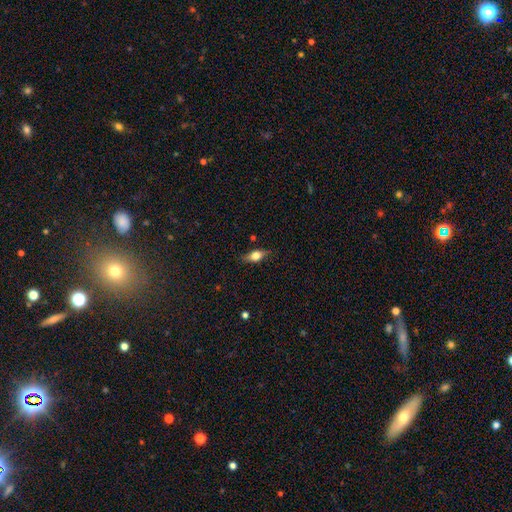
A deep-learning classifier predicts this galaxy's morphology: This appears to be a smooth galaxy with no disk features (63%) that is in between round and cigar-shaped (75%). Merging: none (77%).